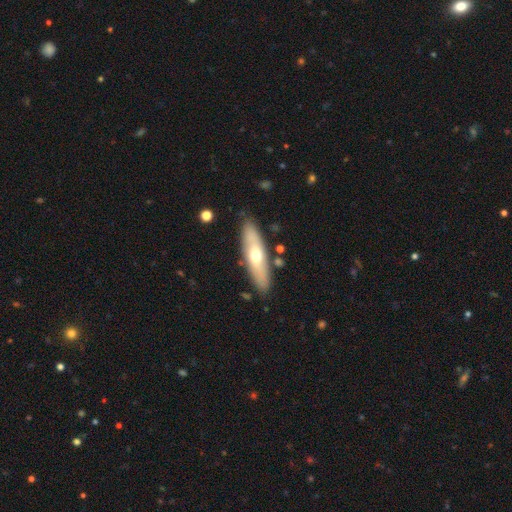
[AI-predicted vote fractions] Smooth or featured: smooth — 49% (featured or disk — 45%)
Merging: none — 83% (minor disturbance — 12%)